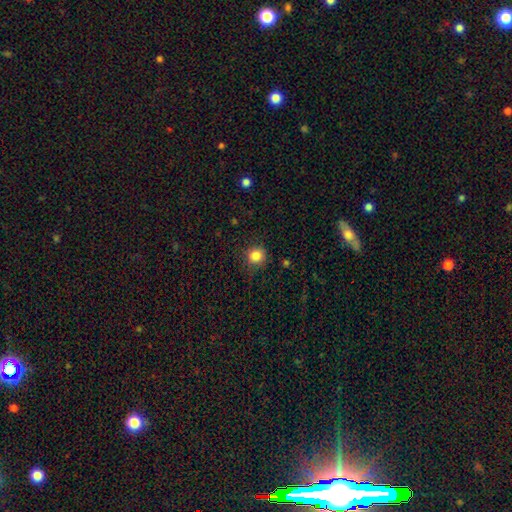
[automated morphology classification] Q: Smooth or featured?
A: smooth (85%); runner-up: star or artifact (11%)
Q: How rounded?
A: round (92%); runner-up: in between (7%)
Q: Merging?
A: none (85%); runner-up: minor disturbance (10%)